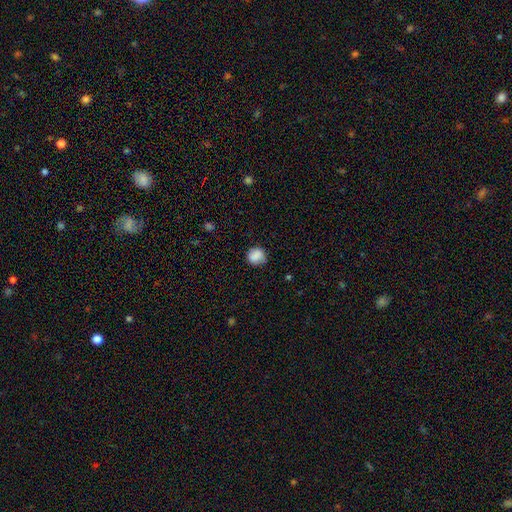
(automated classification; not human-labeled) Smooth or featured?
  - smooth: 84% *
  - star or artifact: 9%
  - featured or disk: 7%
How rounded?
  - round: 83% *
  - in between: 16%
  - cigar-shaped: 1%
Merging?
  - none: 73% *
  - minor disturbance: 20%
  - major disturbance: 5%
  - merger: 2%